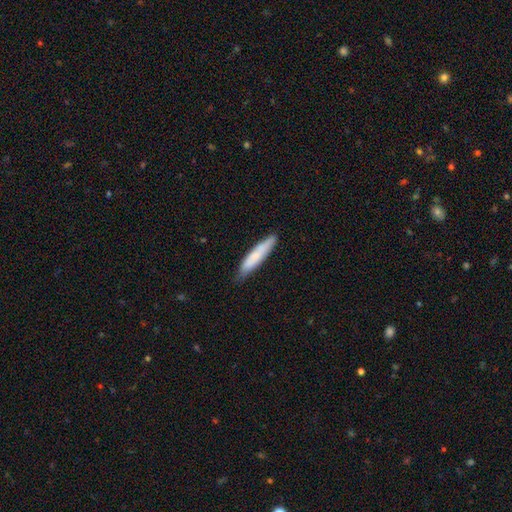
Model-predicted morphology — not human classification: A smooth galaxy with no disk features (77%) that is cigar-shaped (87%). Merging: none (78%).